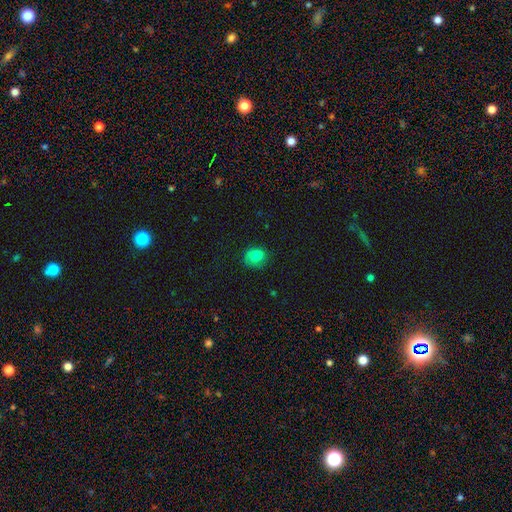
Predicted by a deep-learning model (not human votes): Overall: smooth (79%). How rounded: round (63%; in between 36%). Merging: none (69%).